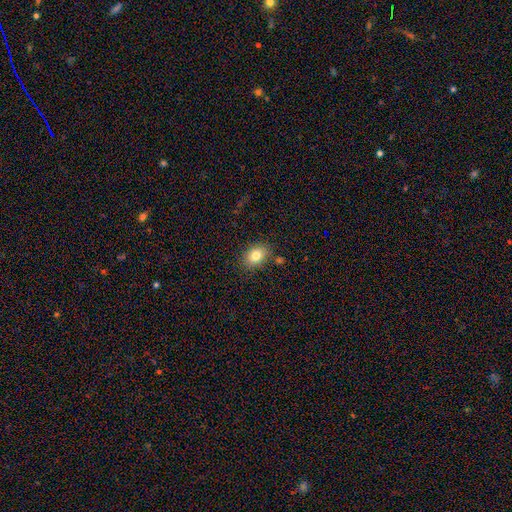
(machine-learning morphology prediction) Smooth or featured: smooth — 80% (featured or disk — 10%)
How rounded: in between — 69% (round — 30%)
Merging: none — 83% (minor disturbance — 11%)